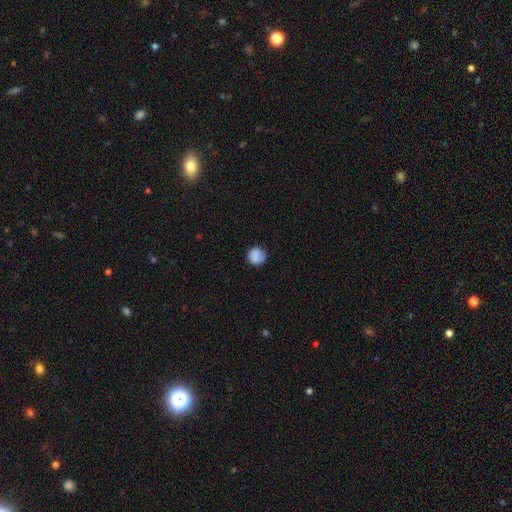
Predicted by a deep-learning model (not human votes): smooth 83%, featured or disk 9%, star or artifact 8%. Down the decision tree: how rounded — round (91%); merging — none (79%).